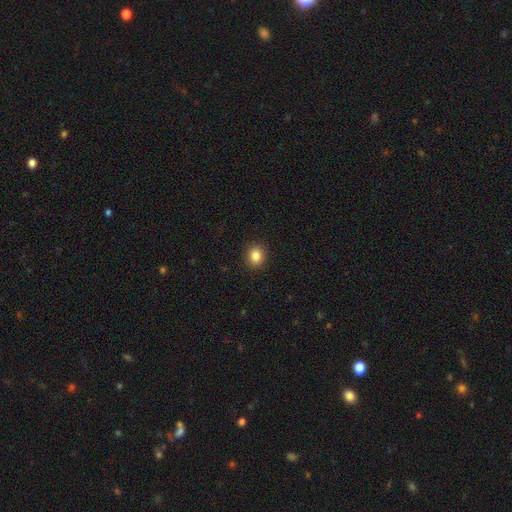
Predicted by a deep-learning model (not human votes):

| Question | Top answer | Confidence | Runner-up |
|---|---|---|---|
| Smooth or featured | smooth | 86% | star or artifact (10%) |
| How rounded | round | 63% | in between (36%) |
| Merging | none | 90% | minor disturbance (7%) |